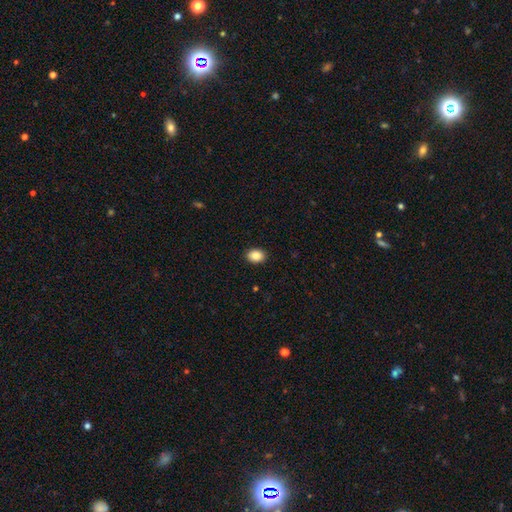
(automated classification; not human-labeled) Morphology: type=smooth (88%); roundness=in between (67%); merging=none (91%).